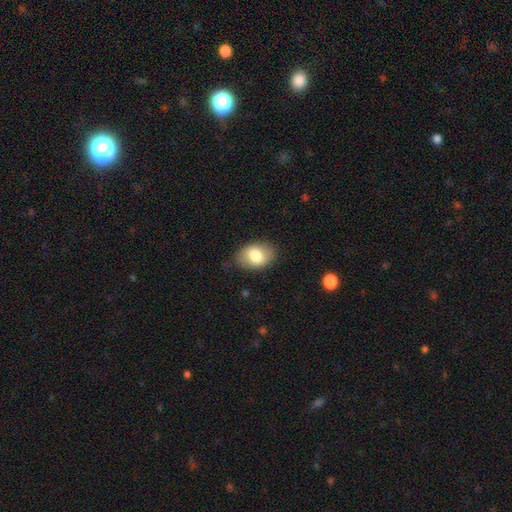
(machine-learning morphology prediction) Q: Smooth or featured?
A: smooth (76%); runner-up: featured or disk (17%)
Q: How rounded?
A: in between (86%); runner-up: round (13%)
Q: Merging?
A: none (81%); runner-up: minor disturbance (14%)